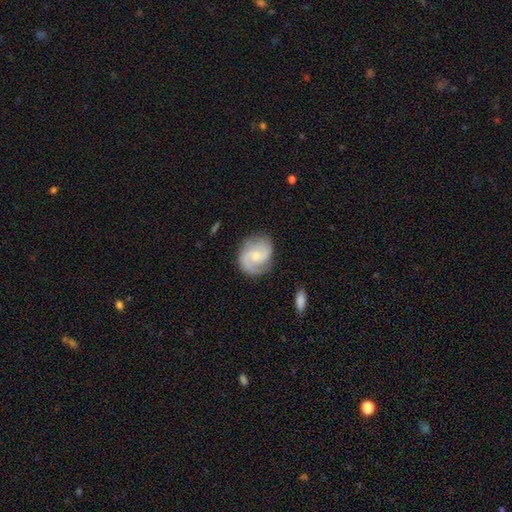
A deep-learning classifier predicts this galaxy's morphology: A featured or disk galaxy (77%) with no bar (59%), 2 (80%) medium (48%) spiral arms (95%) and a small central bulge (51%). Merging: none (76%).